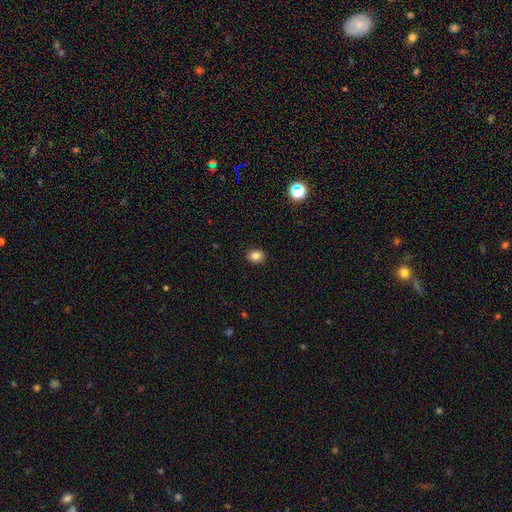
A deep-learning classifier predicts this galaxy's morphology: This is clearly a smooth galaxy (83%). How rounded: likely round (61%). Merging: clearly none (91%).